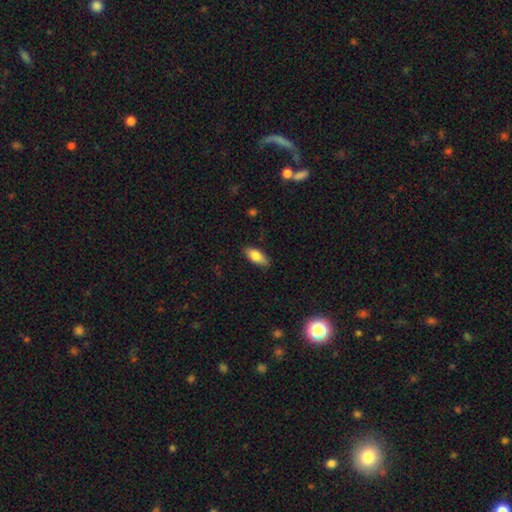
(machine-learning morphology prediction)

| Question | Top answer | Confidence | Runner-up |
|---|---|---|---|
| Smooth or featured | smooth | 79% | featured or disk (15%) |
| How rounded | in between | 81% | cigar-shaped (16%) |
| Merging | none | 84% | minor disturbance (13%) |